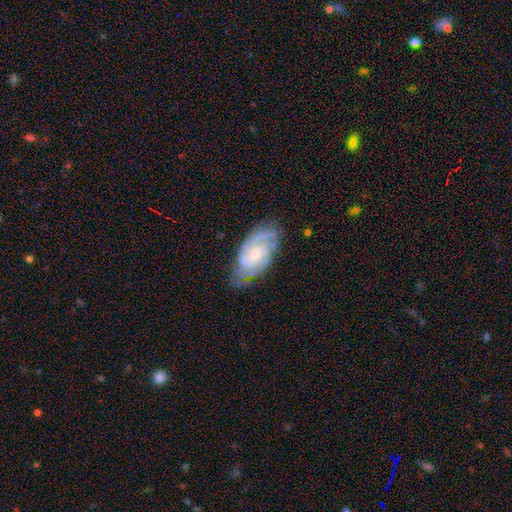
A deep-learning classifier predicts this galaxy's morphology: This is clearly a featured or disk galaxy (85%). It is clearly not viewed edge-on (95%). Bar: possibly no (58%). Spiral arm pattern: clearly yes (97%). Spiral arm count: possibly 2 (54%). Spiral winding: likely tight (62%). Central bulge: possibly small (55%). Merging: likely none (77%).